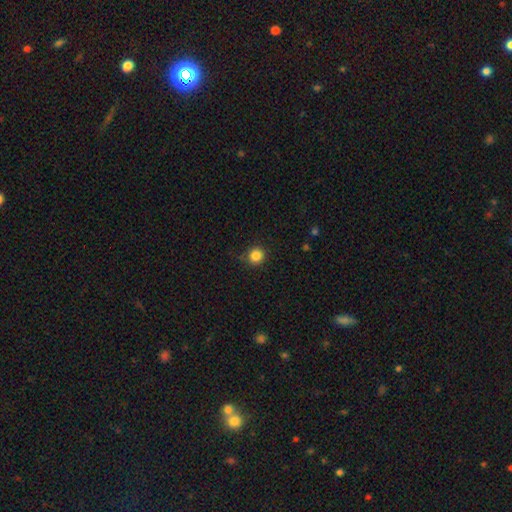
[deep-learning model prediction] Q: Smooth or featured?
A: smooth (85%); runner-up: star or artifact (11%)
Q: How rounded?
A: round (91%); runner-up: in between (8%)
Q: Merging?
A: none (84%); runner-up: minor disturbance (11%)